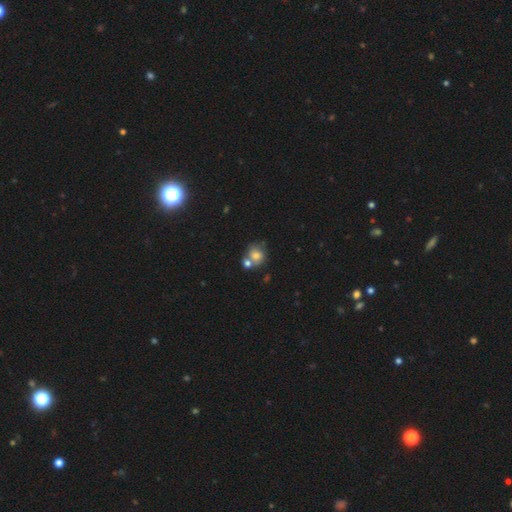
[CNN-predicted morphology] Overall: smooth (68%). How rounded: round (74%). Merging: none (42%; merger 40%).